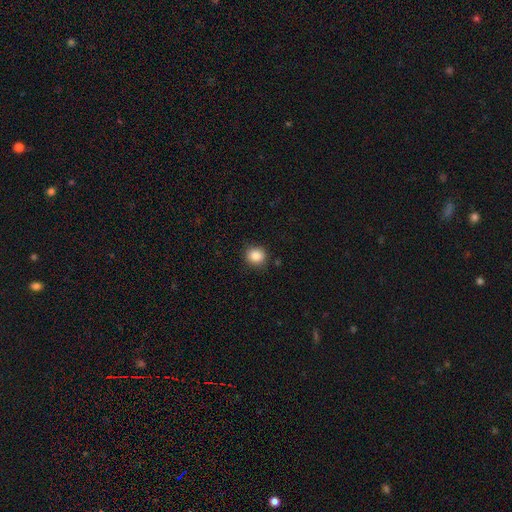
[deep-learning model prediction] smooth 87%, star or artifact 10%, featured or disk 3%. Down the decision tree: how rounded — round (81%); merging — none (86%).